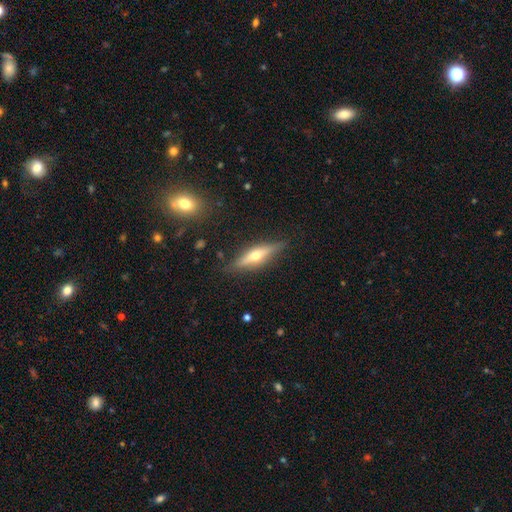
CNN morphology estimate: A featured or disk galaxy (62%) viewed edge-on (93%) with a rounded central bulge (93%). Merging: none (85%).